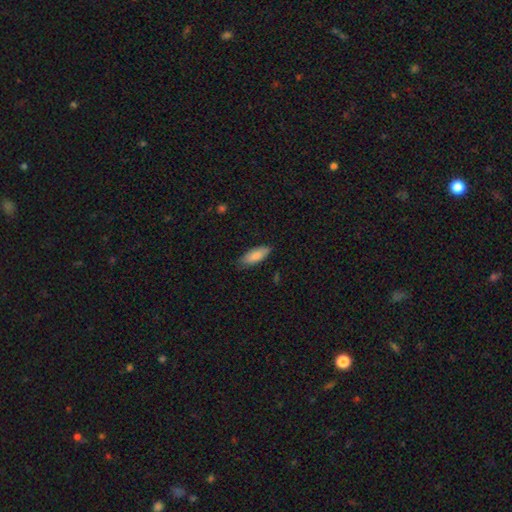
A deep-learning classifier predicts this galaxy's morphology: The model was most divided on "how rounded": in between: 78%, cigar-shaped: 21%, round: 2%. More confident: smooth or featured — smooth (84%); merging — none (79%).